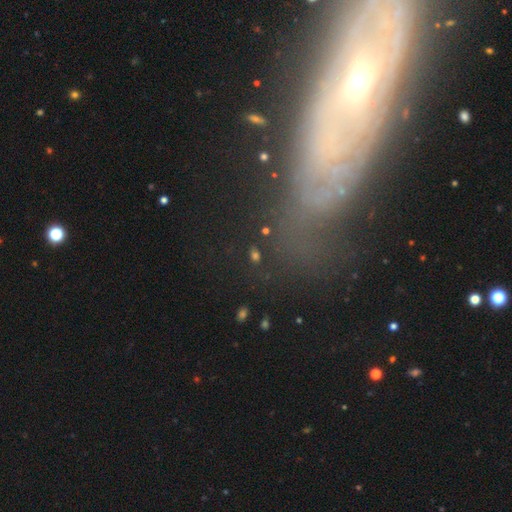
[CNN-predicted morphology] This is marginally a star or artifact rather than a galaxy (40%).